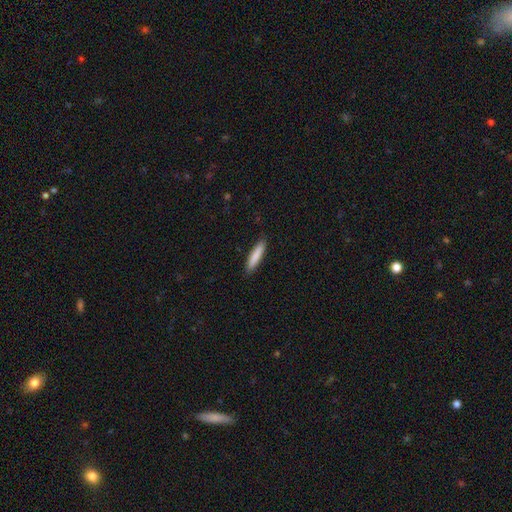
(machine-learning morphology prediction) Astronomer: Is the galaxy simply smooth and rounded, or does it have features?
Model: smooth — 85%.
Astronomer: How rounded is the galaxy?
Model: cigar-shaped — 87%.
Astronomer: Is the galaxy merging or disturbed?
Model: none — 89%.